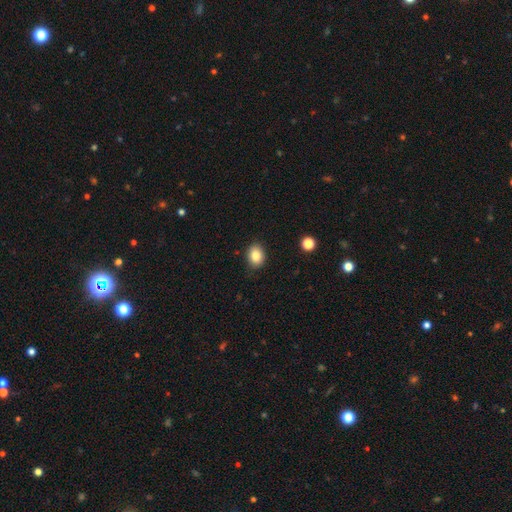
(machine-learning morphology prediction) smooth_or_featured: smooth (p=0.84) [alt: star or artifact p=0.09]
how_rounded: in between (p=0.63) [alt: round p=0.36]
merging: none (p=0.86) [alt: minor disturbance p=0.10]